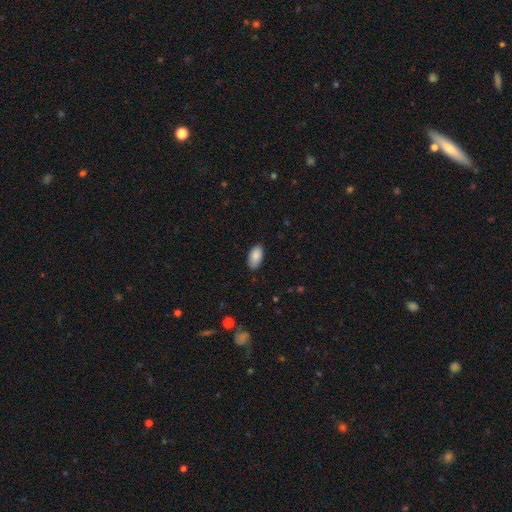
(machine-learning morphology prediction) Smooth or featured? Predicted: smooth (p=0.88). How rounded? Predicted: in between (p=0.95). Merging? Predicted: none (p=0.82).